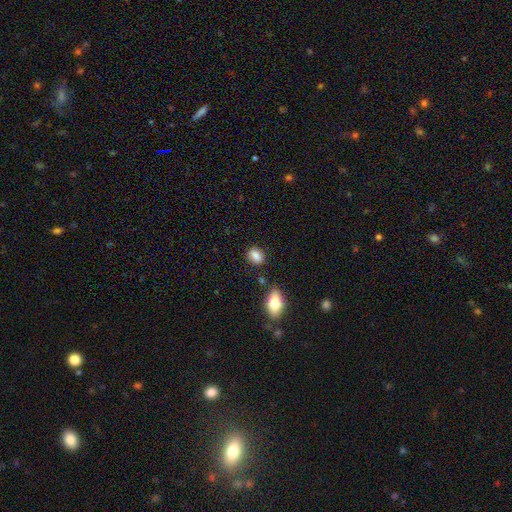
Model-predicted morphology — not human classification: Q: Smooth or featured?
A: smooth (84%); runner-up: star or artifact (9%)
Q: How rounded?
A: in between (62%); runner-up: round (36%)
Q: Merging?
A: none (80%); runner-up: minor disturbance (12%)